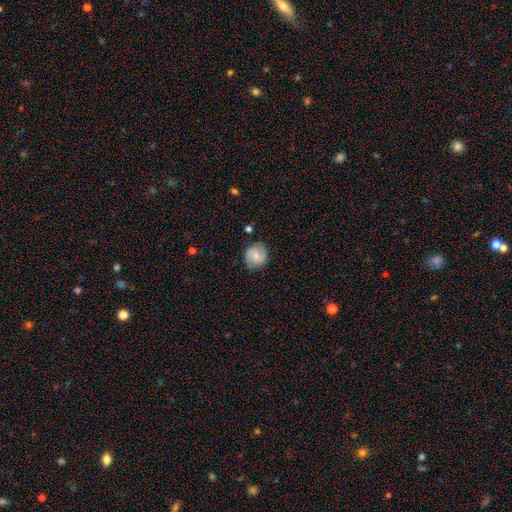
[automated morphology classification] smooth_or_featured: smooth (p=0.52) [alt: featured or disk p=0.40]
how_rounded: round (p=0.82) [alt: in between p=0.17]
merging: none (p=0.79) [alt: minor disturbance p=0.16]